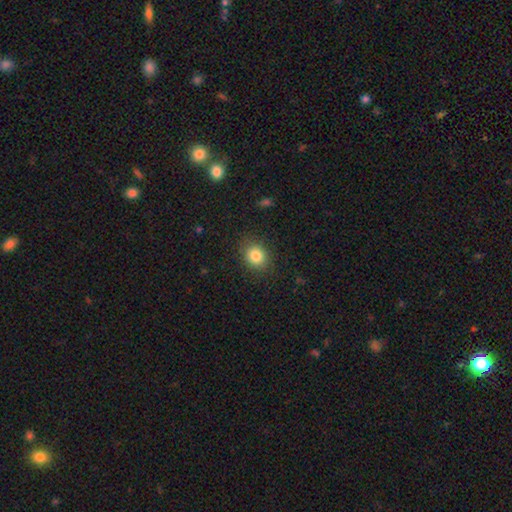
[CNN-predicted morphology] smooth 83%, star or artifact 11%, featured or disk 6%. Down the decision tree: how rounded — round (63%); merging — none (87%).